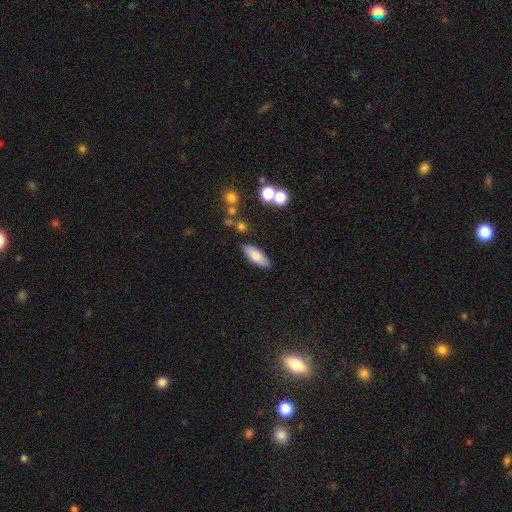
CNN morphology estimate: A smooth galaxy with no disk features (80%) that is in between round and cigar-shaped (65%). Merging: none (84%).